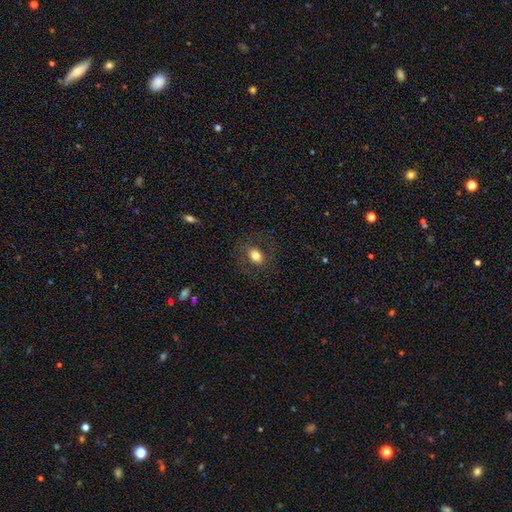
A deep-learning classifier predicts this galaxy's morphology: smooth-or-featured: smooth: 74% | featured or disk: 16% | star or artifact: 10%
  how-rounded: in between: 67% | round: 31% | cigar-shaped: 1%
  merging: none: 80% | minor disturbance: 12% | major disturbance: 7% | merger: 1%